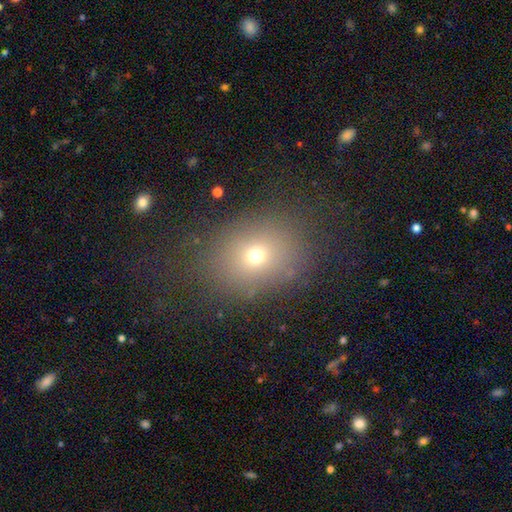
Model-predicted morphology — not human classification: Q: Smooth or featured?
A: smooth (67%); runner-up: star or artifact (20%)
Q: How rounded?
A: round (54%); runner-up: in between (45%)
Q: Merging?
A: none (78%); runner-up: minor disturbance (12%)